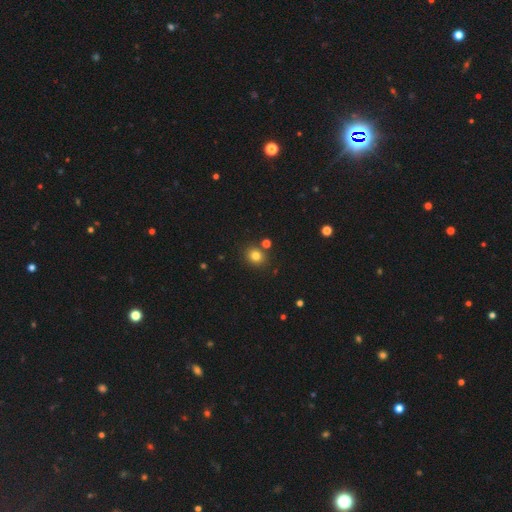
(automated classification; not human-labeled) smooth-or-featured: smooth: 80% | star or artifact: 14% | featured or disk: 6%
  how-rounded: round: 72% | in between: 27% | cigar-shaped: 1%
  merging: none: 82% | minor disturbance: 8% | merger: 7% | major disturbance: 2%